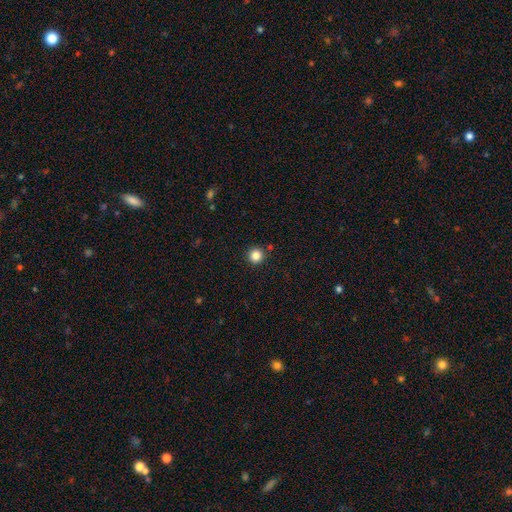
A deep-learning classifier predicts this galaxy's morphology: The model was most divided on "smooth or featured": smooth: 84%, star or artifact: 12%, featured or disk: 4%. More confident: how rounded — round (95%); merging — none (89%).